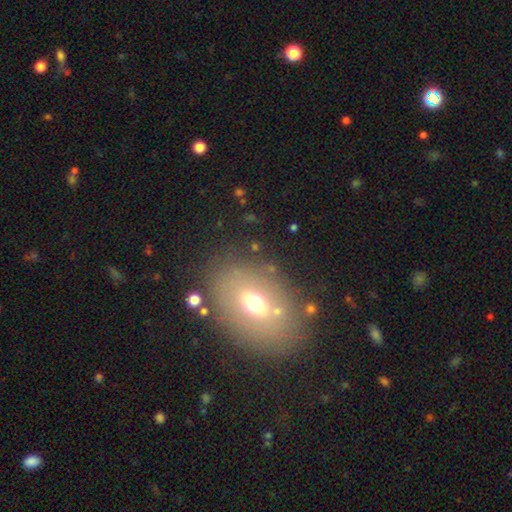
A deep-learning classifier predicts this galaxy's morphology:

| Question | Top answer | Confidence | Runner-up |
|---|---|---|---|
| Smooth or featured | smooth | 48% | featured or disk (32%) |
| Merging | none | 82% | minor disturbance (11%) |